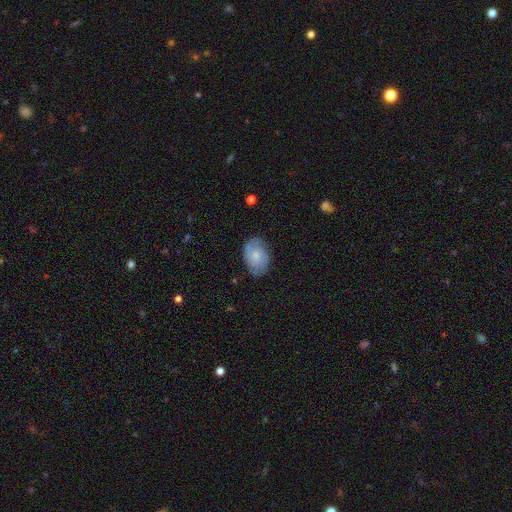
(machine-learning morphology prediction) Overall: smooth (57%; featured or disk 36%). How rounded: in between (80%). Merging: none (74%).